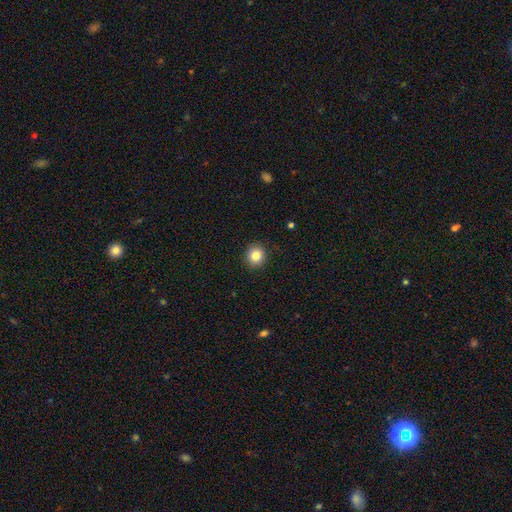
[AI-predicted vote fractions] This appears to be a smooth galaxy with no disk features (84%) that is round (88%). Merging: none (91%).